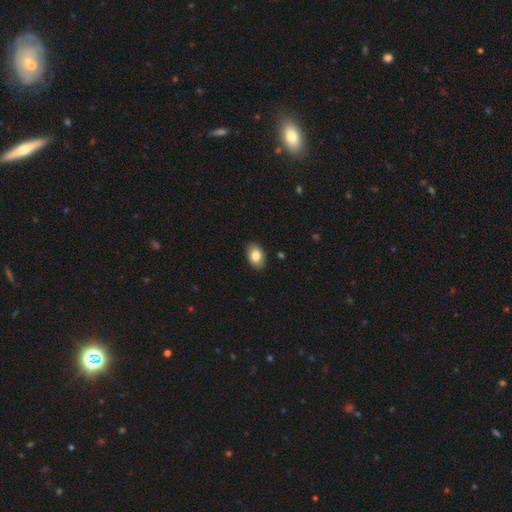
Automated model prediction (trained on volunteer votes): A smooth galaxy with no disk features (82%) that is in between round and cigar-shaped (87%). Merging: none (87%).